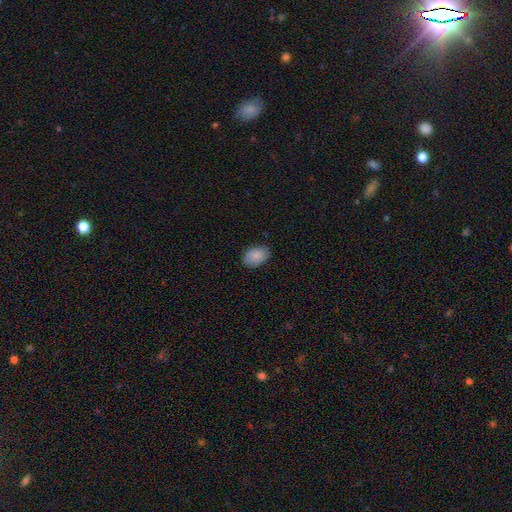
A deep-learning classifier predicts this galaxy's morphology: smooth_or_featured: smooth (p=0.88) [alt: star or artifact p=0.07]
how_rounded: in between (p=0.88) [alt: round p=0.11]
merging: none (p=0.85) [alt: minor disturbance p=0.11]